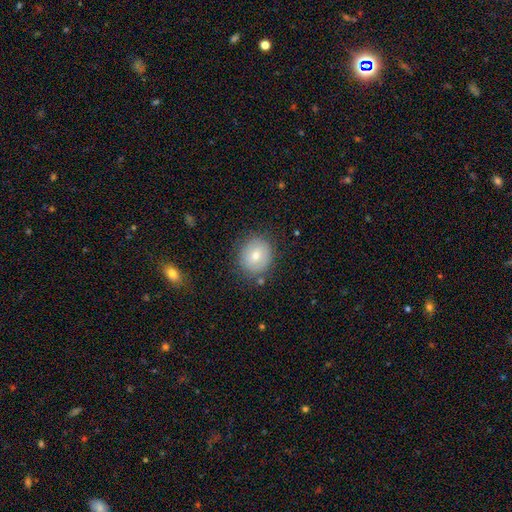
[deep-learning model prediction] Smooth or featured?
  - smooth: 71% *
  - featured or disk: 21%
  - star or artifact: 8%
How rounded?
  - round: 82% *
  - in between: 17%
  - cigar-shaped: 1%
Merging?
  - none: 80% *
  - minor disturbance: 14%
  - major disturbance: 4%
  - merger: 2%